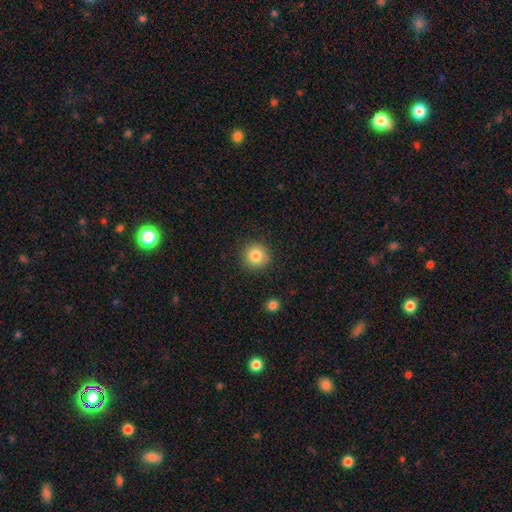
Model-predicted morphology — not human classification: This appears to be a smooth galaxy with no disk features (83%) that is round (94%). Merging: none (89%).